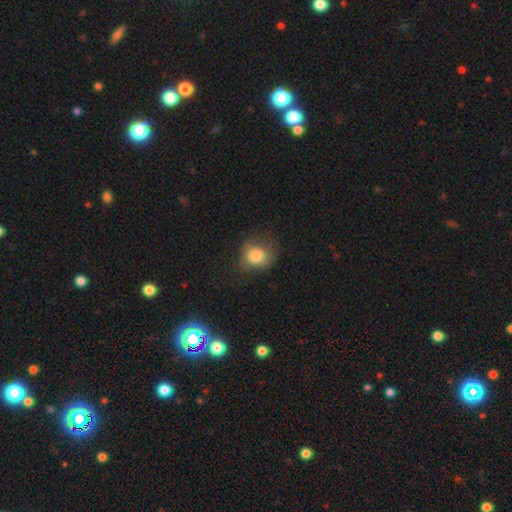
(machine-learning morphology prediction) This is likely a smooth galaxy (79%). How rounded: likely round (64%). Merging: possibly none (52%).